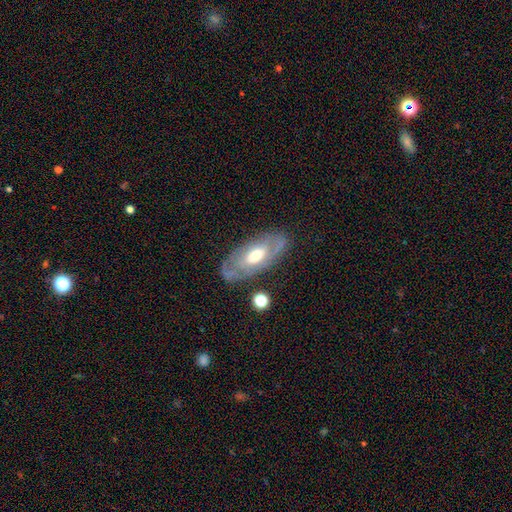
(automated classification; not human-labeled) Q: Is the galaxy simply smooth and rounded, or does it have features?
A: featured or disk — 70%.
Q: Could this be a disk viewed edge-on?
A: no — 87%.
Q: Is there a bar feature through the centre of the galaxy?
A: no — 64%.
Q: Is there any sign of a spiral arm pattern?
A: yes — 62%.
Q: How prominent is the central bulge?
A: moderate — 66%.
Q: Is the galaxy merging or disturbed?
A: none — 74%.